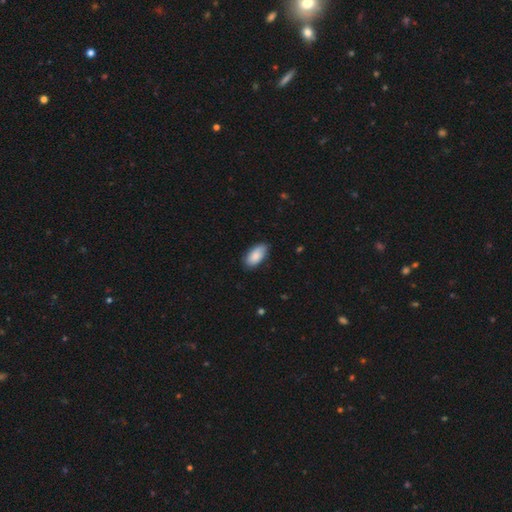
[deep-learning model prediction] Morphology: type=smooth (84%); roundness=in between (94%); merging=none (79%).